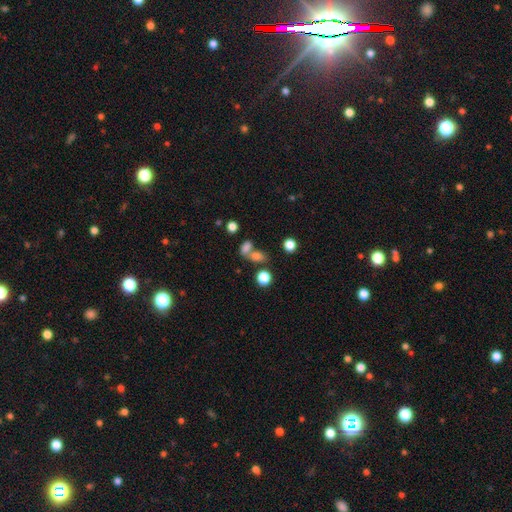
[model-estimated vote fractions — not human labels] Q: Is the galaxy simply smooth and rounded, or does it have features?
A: smooth — 72%.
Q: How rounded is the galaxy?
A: in between — 63%.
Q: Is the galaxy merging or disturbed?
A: merger — 44%.